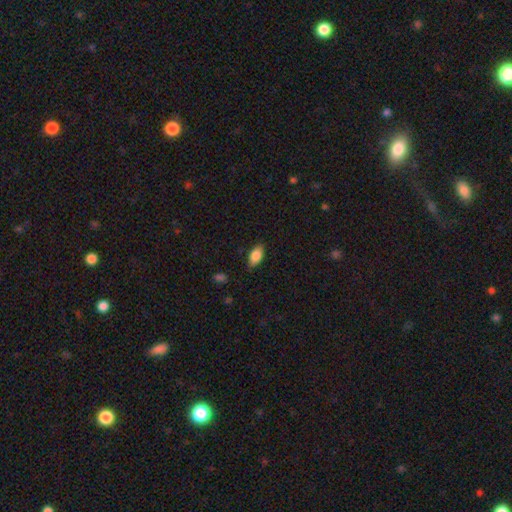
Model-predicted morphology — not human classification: smooth 85%, featured or disk 8%, star or artifact 7%. Down the decision tree: how rounded — in between (91%); merging — none (84%).